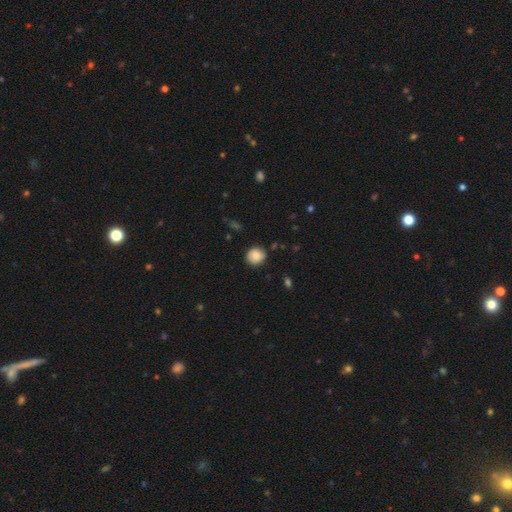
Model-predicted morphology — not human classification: This is clearly a smooth galaxy (84%). How rounded: clearly round (89%). Merging: clearly none (85%).